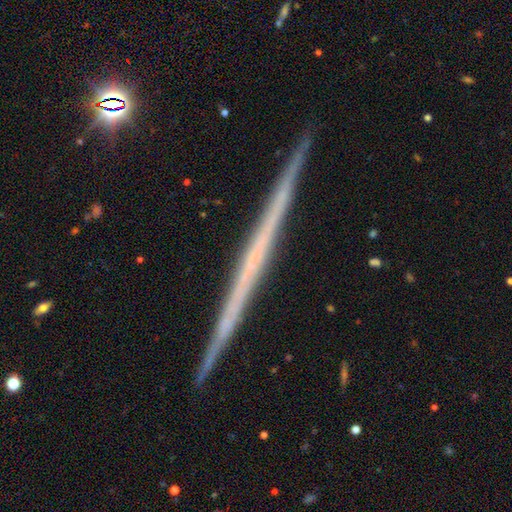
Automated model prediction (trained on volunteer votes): Smooth or featured?
  - featured or disk: 73% *
  - smooth: 20%
  - star or artifact: 7%
Edge-on disk?
  - yes: 98% *
  - no: 2%
Edge-on bulge?
  - none: 93% *
  - rounded: 4%
  - boxy: 3%
Merging?
  - none: 92% *
  - minor disturbance: 6%
  - major disturbance: 1%
  - merger: 1%